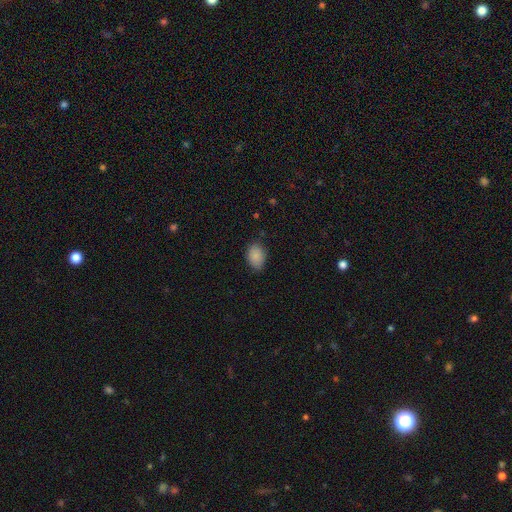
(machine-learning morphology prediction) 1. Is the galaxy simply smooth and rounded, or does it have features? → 87% smooth, 8% star or artifact, 5% featured or disk.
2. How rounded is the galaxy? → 83% in between, 16% round, 1% cigar-shaped.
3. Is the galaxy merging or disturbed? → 79% none, 17% minor disturbance, 3% major disturbance, 1% merger.